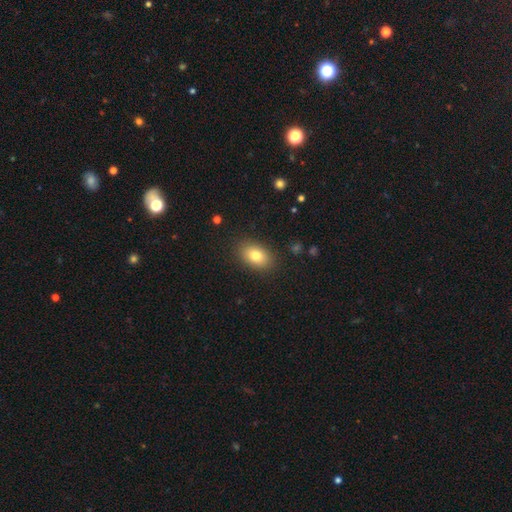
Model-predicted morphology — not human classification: Smooth or featured? Predicted: smooth (p=0.80). How rounded? Predicted: in between (p=0.84). Merging? Predicted: none (p=0.87).